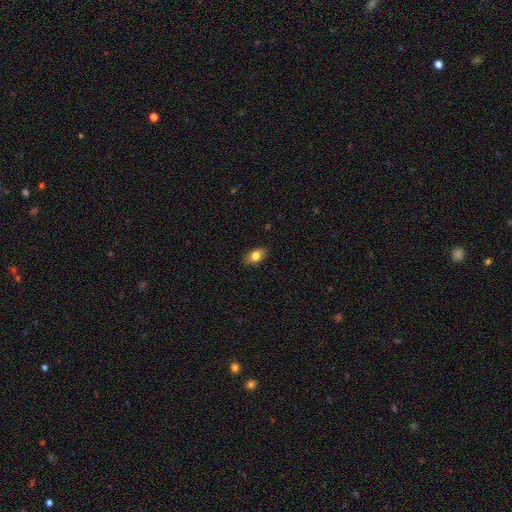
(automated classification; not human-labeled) Q: Smooth or featured?
A: smooth (80%); runner-up: featured or disk (13%)
Q: How rounded?
A: in between (87%); runner-up: round (9%)
Q: Merging?
A: none (85%); runner-up: minor disturbance (12%)